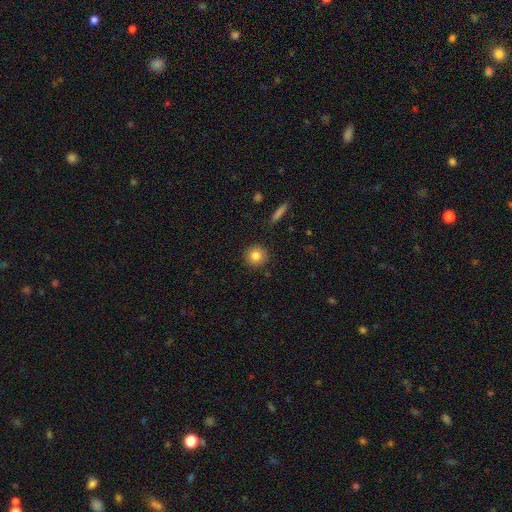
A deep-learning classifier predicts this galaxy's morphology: This is clearly a smooth galaxy (83%). How rounded: clearly round (94%). Merging: clearly none (91%).